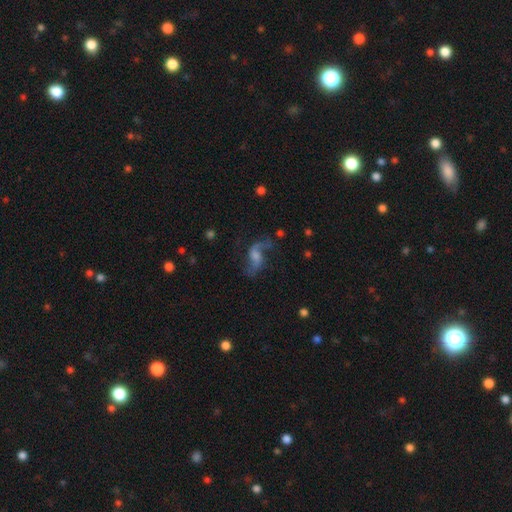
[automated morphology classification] Smooth or featured? featured or disk (78%)
Edge-on disk? no (95%)
Bar? no (43%, tied with weak)
Spiral arms? yes (92%)
Spiral winding? loose (83%)
Spiral arm count? 2 (88%)
Bulge size? moderate (33%)
Merging? none (61%)